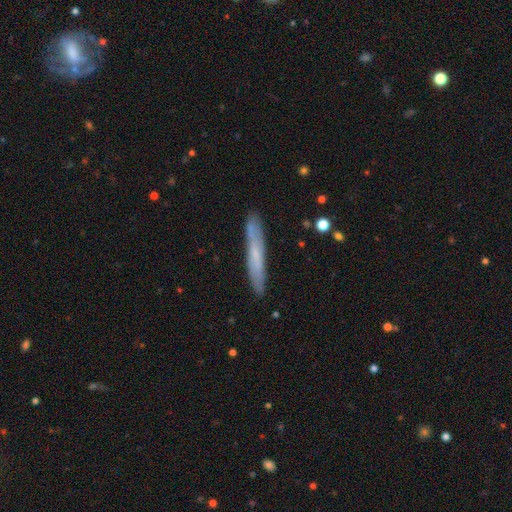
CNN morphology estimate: A smooth galaxy with no disk features (52%) that is cigar-shaped (95%).

Vote fractions:
- Smooth or featured? smooth: 52% / featured or disk: 41% / star or artifact: 6%
- How rounded? cigar-shaped: 95% / in between: 4% / round: 1%
- Merging? none: 88% / minor disturbance: 9% / major disturbance: 2% / merger: 1%